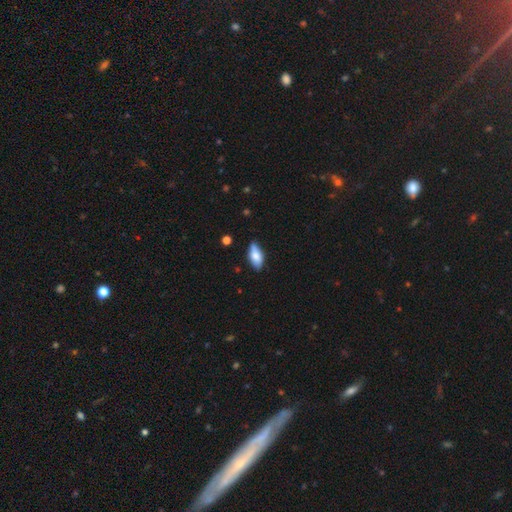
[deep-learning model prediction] Q: Smooth or featured?
A: smooth (75%); runner-up: featured or disk (19%)
Q: How rounded?
A: in between (86%); runner-up: cigar-shaped (11%)
Q: Merging?
A: none (80%); runner-up: minor disturbance (16%)